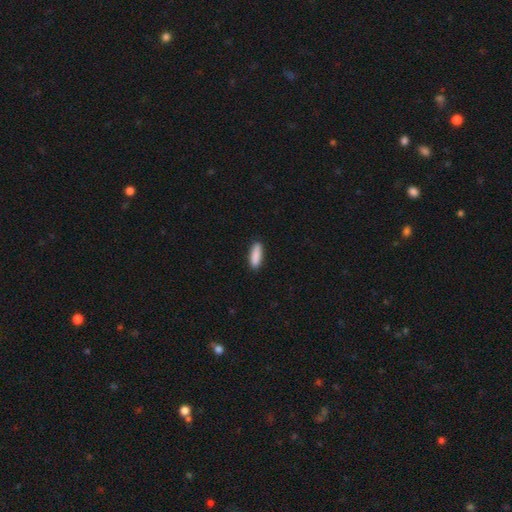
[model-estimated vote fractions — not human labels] Q: Smooth or featured?
A: smooth (90%); runner-up: star or artifact (6%)
Q: How rounded?
A: in between (54%); runner-up: cigar-shaped (45%)
Q: Merging?
A: none (89%); runner-up: minor disturbance (9%)